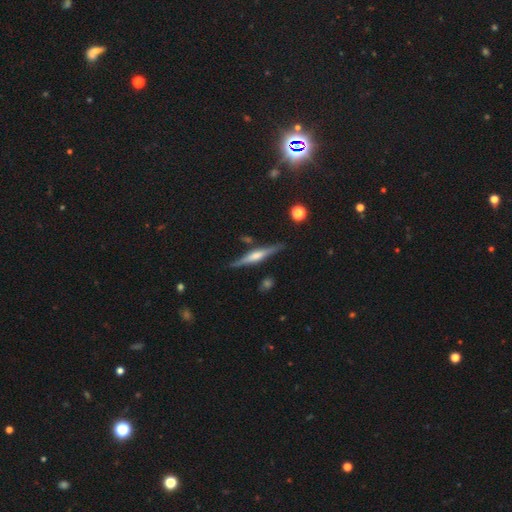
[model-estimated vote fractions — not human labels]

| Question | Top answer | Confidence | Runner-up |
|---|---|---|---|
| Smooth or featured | featured or disk | 70% | smooth (24%) |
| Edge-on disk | yes | 97% | no (3%) |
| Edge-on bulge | rounded | 62% | boxy (23%) |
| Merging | none | 86% | minor disturbance (10%) |